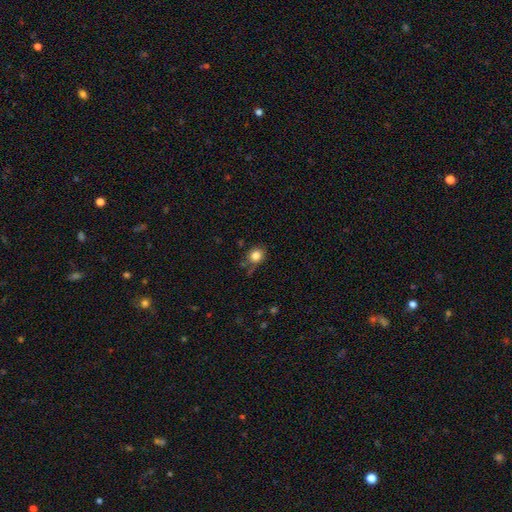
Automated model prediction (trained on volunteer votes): Smooth or featured: smooth — 83% (star or artifact — 11%)
How rounded: round — 73% (in between — 26%)
Merging: none — 69% (minor disturbance — 21%)